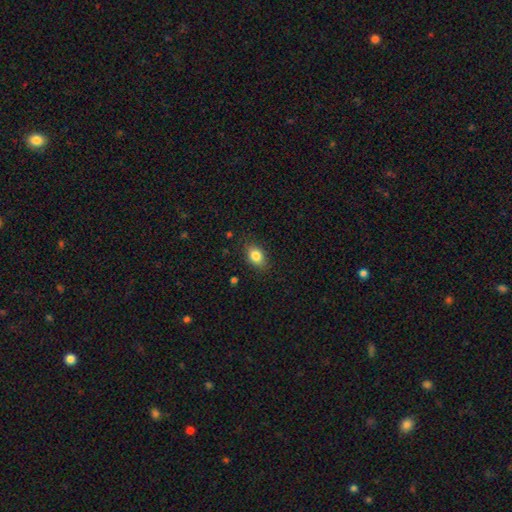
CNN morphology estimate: Smooth or featured?
  - smooth: 84% *
  - star or artifact: 9%
  - featured or disk: 7%
How rounded?
  - in between: 78% *
  - round: 21%
  - cigar-shaped: 2%
Merging?
  - none: 83% *
  - minor disturbance: 13%
  - major disturbance: 3%
  - merger: 1%